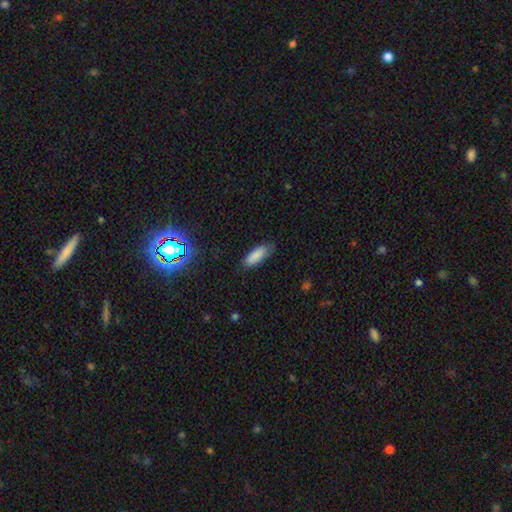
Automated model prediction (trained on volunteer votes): smooth 85%, star or artifact 8%, featured or disk 7%. Down the decision tree: how rounded — in between (66%); merging — none (79%).